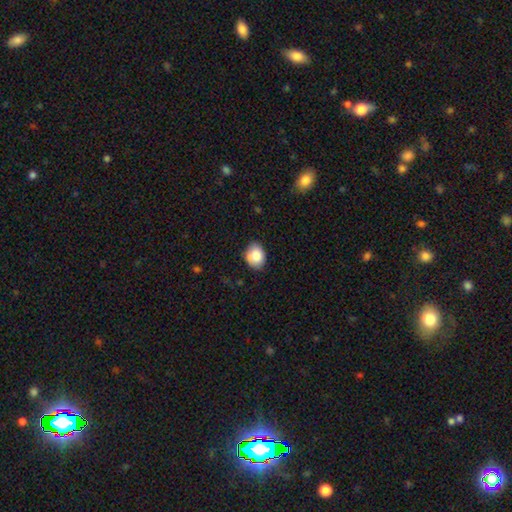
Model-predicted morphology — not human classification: Smooth or featured: smooth — 85% (star or artifact — 8%)
How rounded: in between — 56% (round — 44%)
Merging: none — 73% (minor disturbance — 22%)